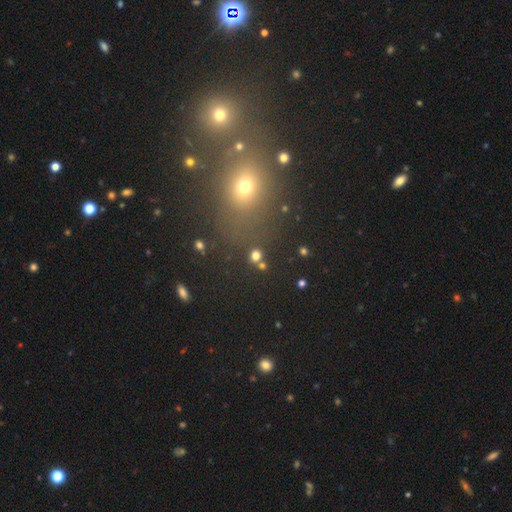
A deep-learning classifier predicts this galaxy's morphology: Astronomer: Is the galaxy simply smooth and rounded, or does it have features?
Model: smooth — 73%.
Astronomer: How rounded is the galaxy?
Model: round — 82%.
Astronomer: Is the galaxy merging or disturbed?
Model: none — 77%.